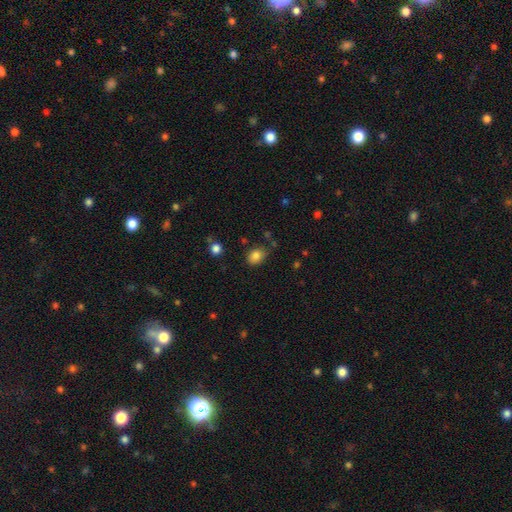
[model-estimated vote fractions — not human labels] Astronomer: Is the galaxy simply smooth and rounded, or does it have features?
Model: smooth — 84%.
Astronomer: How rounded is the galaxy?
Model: in between — 61% (runner-up: round, 38%).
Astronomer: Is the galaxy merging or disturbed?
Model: none — 74%.